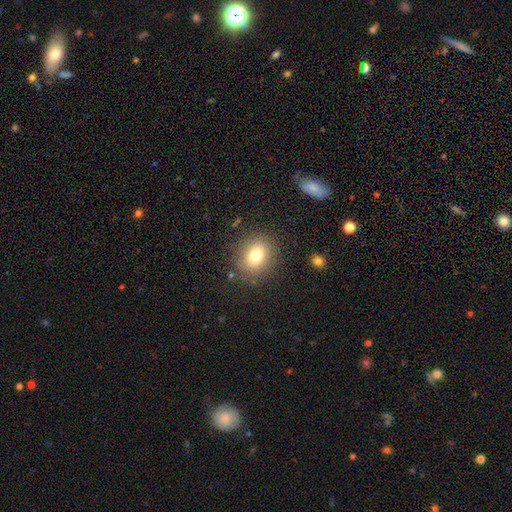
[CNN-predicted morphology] Q: Smooth or featured?
A: smooth (77%); runner-up: star or artifact (12%)
Q: How rounded?
A: round (64%); runner-up: in between (35%)
Q: Merging?
A: none (86%); runner-up: minor disturbance (9%)